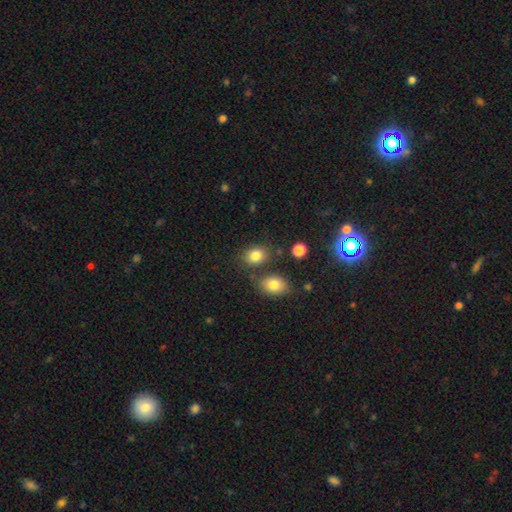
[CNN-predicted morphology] This is clearly a smooth galaxy (83%). How rounded: likely in between (62%). Merging: likely none (71%).